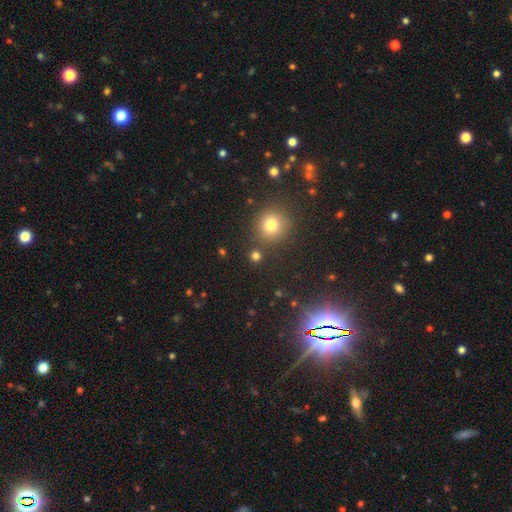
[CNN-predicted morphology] Smooth or featured?
  - smooth: 71% *
  - star or artifact: 23%
  - featured or disk: 6%
How rounded?
  - round: 90% *
  - in between: 9%
  - cigar-shaped: 1%
Merging?
  - none: 83% *
  - merger: 7%
  - minor disturbance: 7%
  - major disturbance: 3%